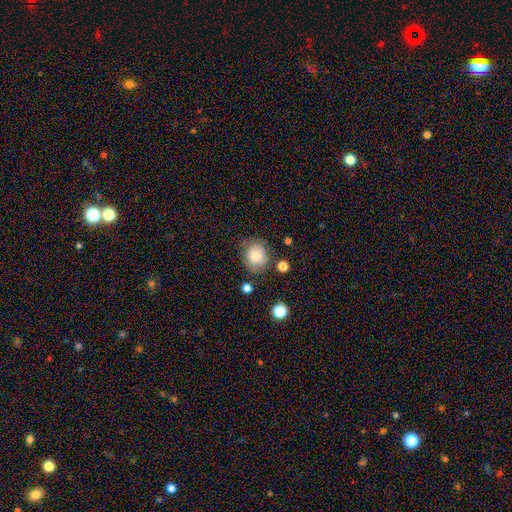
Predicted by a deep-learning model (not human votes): Morphology: type=smooth (78%); roundness=round (72%); merging=none (71%).